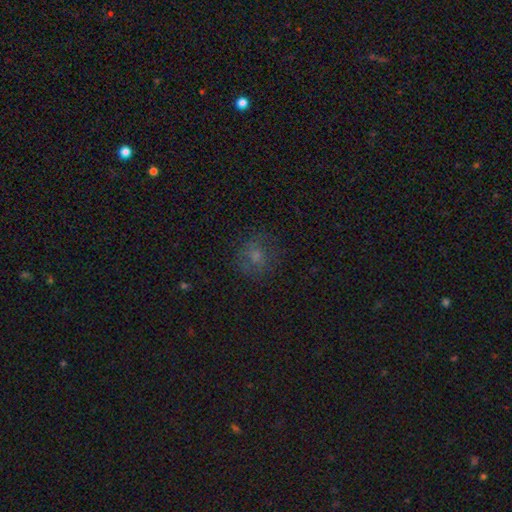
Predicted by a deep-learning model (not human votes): Q: Smooth or featured?
A: smooth (64%); runner-up: featured or disk (18%)
Q: How rounded?
A: round (79%); runner-up: in between (20%)
Q: Merging?
A: none (73%); runner-up: minor disturbance (17%)